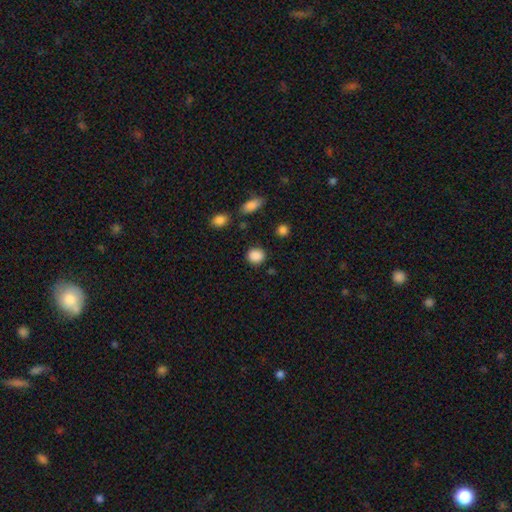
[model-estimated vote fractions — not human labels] This is clearly a smooth galaxy (88%). How rounded: likely round (77%). Merging: clearly none (86%).